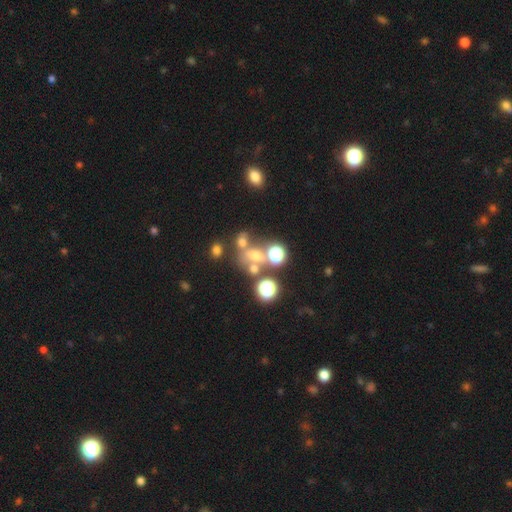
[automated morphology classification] Smooth or featured: smooth — 41% (star or artifact — 35%)
Merging: merger — 40% (tied with none — 40%)